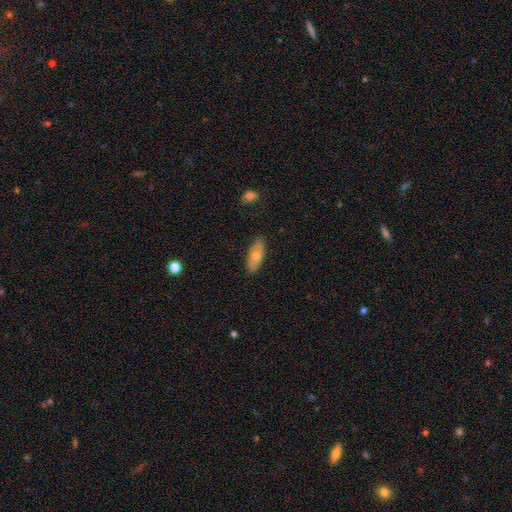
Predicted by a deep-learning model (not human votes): Smooth or featured? Predicted: smooth (p=0.61). How rounded? Predicted: in between (p=0.75). Merging? Predicted: none (p=0.85).